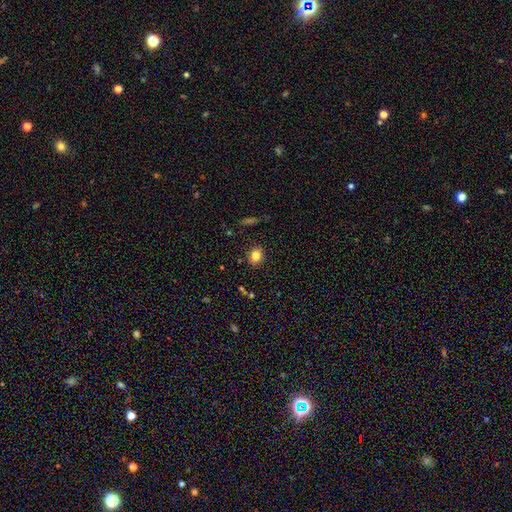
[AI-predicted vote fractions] This is clearly a smooth galaxy (82%). How rounded: possibly round (59%). Merging: clearly none (88%).